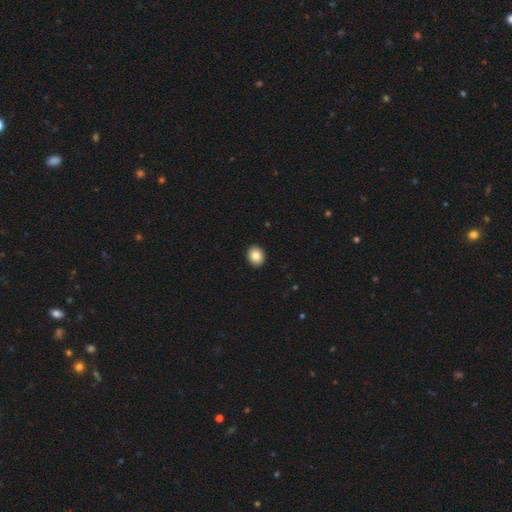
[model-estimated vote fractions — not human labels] A smooth galaxy with no disk features (84%) that is round (63%).

Vote fractions:
- Smooth or featured? smooth: 84% / star or artifact: 8% / featured or disk: 7%
- How rounded? round: 63% / in between: 37% / cigar-shaped: 1%
- Merging? none: 93% / minor disturbance: 5% / major disturbance: 1% / merger: 1%